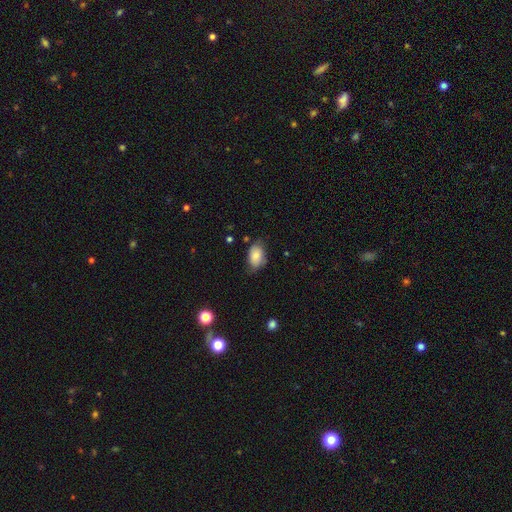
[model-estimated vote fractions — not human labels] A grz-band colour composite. It shows a smooth galaxy with no disk features (80%) that is in between round and cigar-shaped (88%). Merging: none (62%).